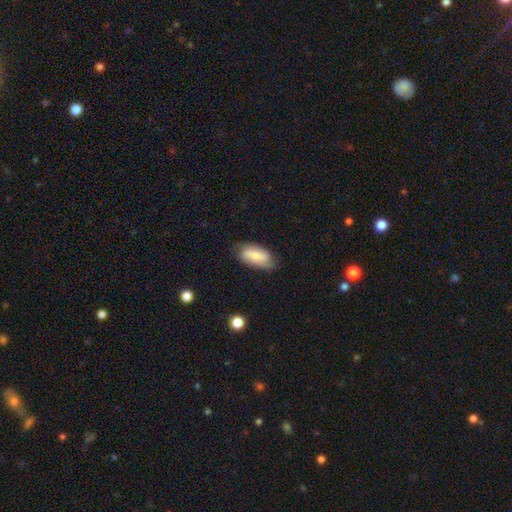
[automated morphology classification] A smooth galaxy with no disk features (73%) that is in between round and cigar-shaped (90%).

Vote fractions:
- Smooth or featured? smooth: 73% / featured or disk: 21% / star or artifact: 7%
- How rounded? in between: 90% / cigar-shaped: 7% / round: 3%
- Merging? none: 69% / minor disturbance: 25% / major disturbance: 5% / merger: 1%